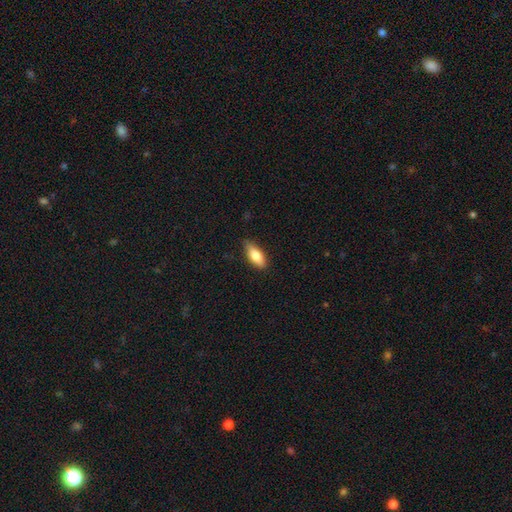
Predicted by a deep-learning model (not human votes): Smooth or featured? Predicted: smooth (p=0.75). How rounded? Predicted: in between (p=0.72). Merging? Predicted: none (p=0.79).